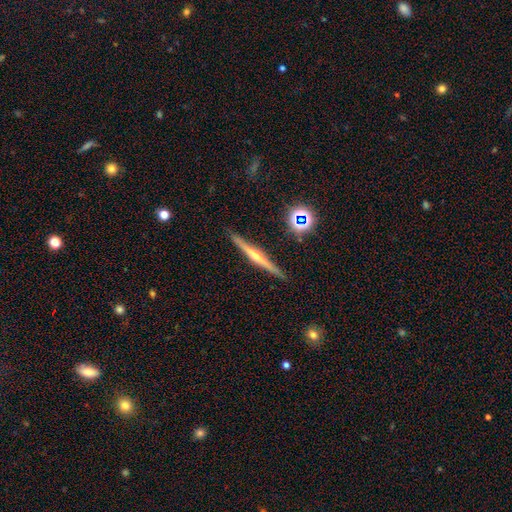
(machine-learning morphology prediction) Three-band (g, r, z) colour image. It shows a featured or disk galaxy (75%) viewed edge-on (98%) with a rounded central bulge (82%). Merging: none (90%).